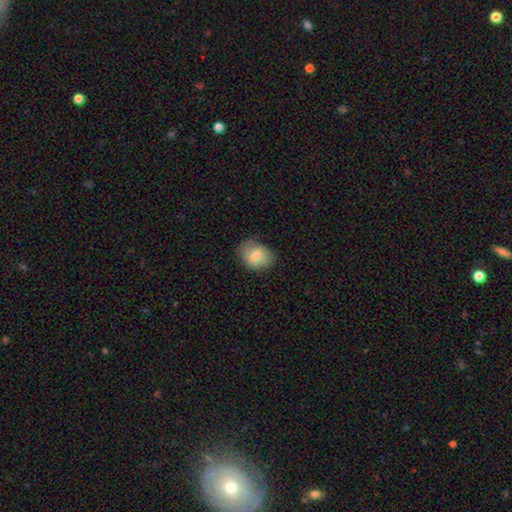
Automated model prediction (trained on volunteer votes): Smooth or featured? Predicted: smooth (p=0.70). How rounded? Predicted: in between (p=0.62). Merging? Predicted: none (p=0.73).